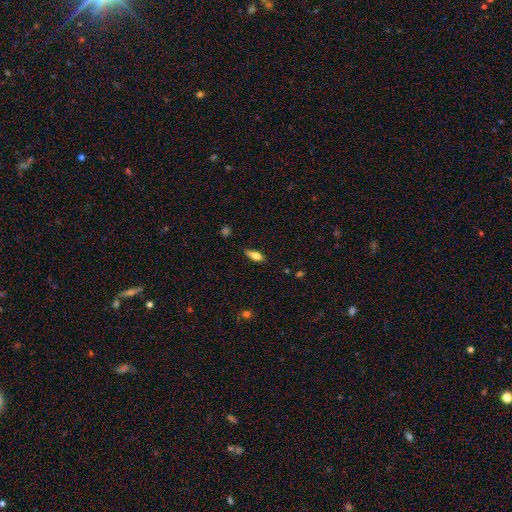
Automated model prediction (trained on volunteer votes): smooth_or_featured: smooth (p=0.64) [alt: featured or disk p=0.28]
how_rounded: in between (p=0.68) [alt: cigar-shaped p=0.29]
merging: none (p=0.78) [alt: minor disturbance p=0.17]